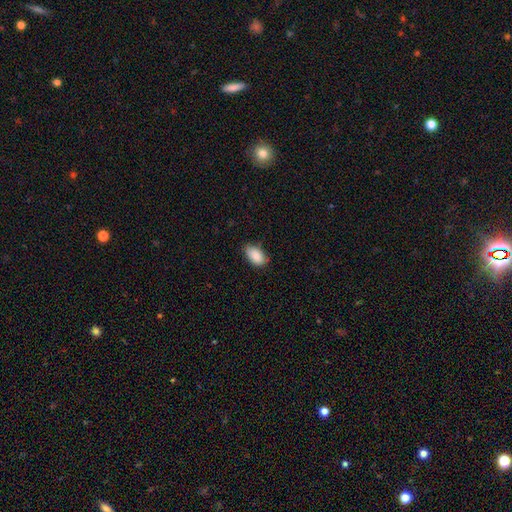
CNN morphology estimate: smooth_or_featured: smooth (p=0.88) [alt: star or artifact p=0.07]
how_rounded: in between (p=0.93) [alt: round p=0.05]
merging: none (p=0.73) [alt: minor disturbance p=0.22]